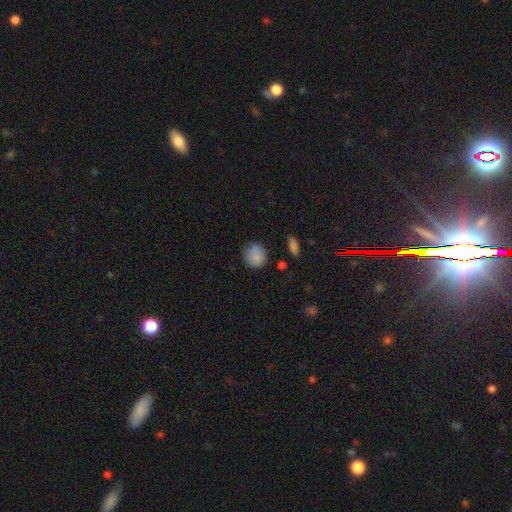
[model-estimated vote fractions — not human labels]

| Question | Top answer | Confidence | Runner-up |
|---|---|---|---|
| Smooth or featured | smooth | 84% | star or artifact (8%) |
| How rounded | round | 85% | in between (14%) |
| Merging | none | 76% | minor disturbance (17%) |